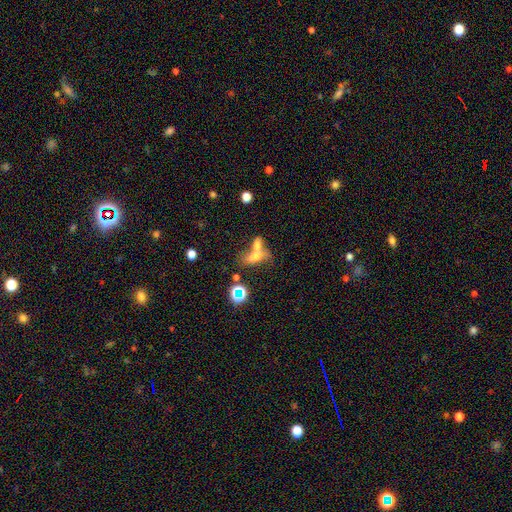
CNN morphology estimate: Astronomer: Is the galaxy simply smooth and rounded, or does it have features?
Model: smooth — 58%.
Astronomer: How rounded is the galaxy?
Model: in between — 70%.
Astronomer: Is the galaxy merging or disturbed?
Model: merger — 55%.